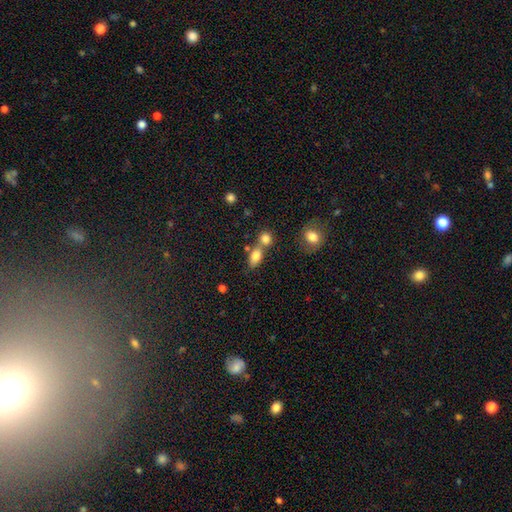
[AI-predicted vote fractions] Smooth or featured: smooth — 80% (featured or disk — 11%)
How rounded: in between — 79% (round — 15%)
Merging: none — 44% (merger — 41%)